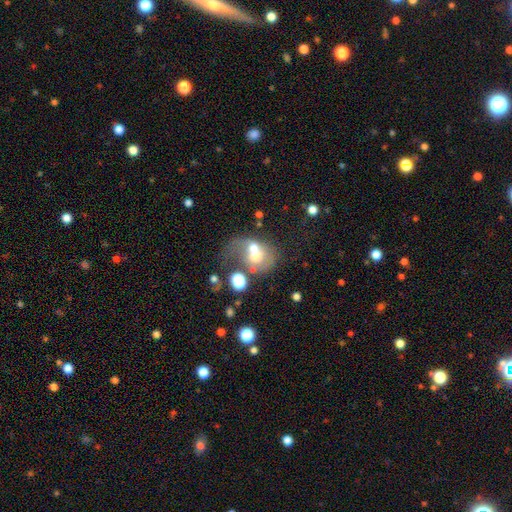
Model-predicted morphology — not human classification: Smooth or featured? Predicted: smooth (p=0.48). Merging? Predicted: merger (p=0.61).